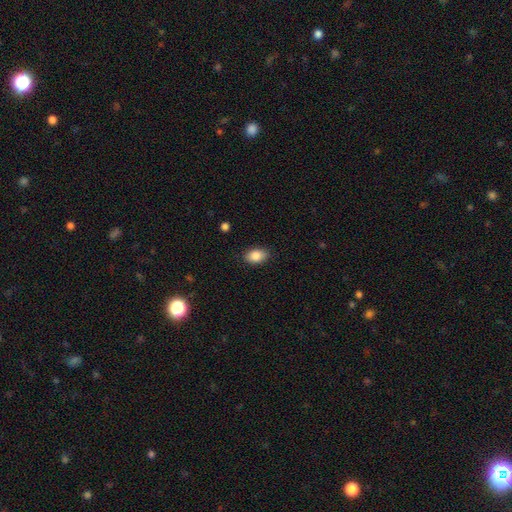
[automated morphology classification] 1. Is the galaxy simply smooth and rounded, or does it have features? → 86% smooth, 8% star or artifact, 6% featured or disk.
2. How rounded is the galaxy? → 84% in between, 14% round, 1% cigar-shaped.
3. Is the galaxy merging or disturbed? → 86% none, 11% minor disturbance, 2% major disturbance, 1% merger.